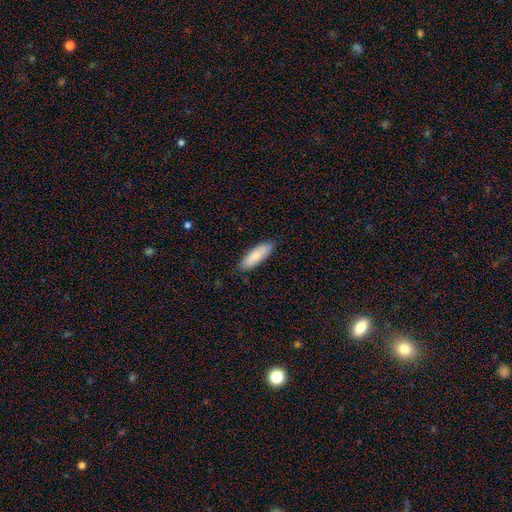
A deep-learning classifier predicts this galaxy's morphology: Smooth or featured: smooth — 82% (featured or disk — 13%)
How rounded: in between — 54% (cigar-shaped — 45%)
Merging: none — 87% (minor disturbance — 11%)